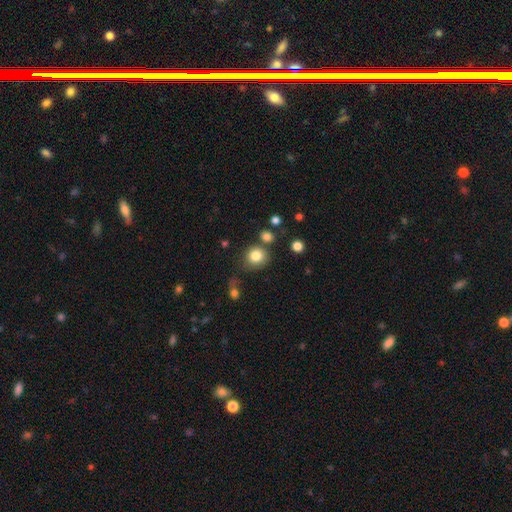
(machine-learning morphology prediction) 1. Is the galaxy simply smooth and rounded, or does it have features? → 83% smooth, 11% star or artifact, 7% featured or disk.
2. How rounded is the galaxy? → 83% round, 16% in between, 1% cigar-shaped.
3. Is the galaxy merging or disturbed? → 69% none, 15% minor disturbance, 11% merger, 6% major disturbance.